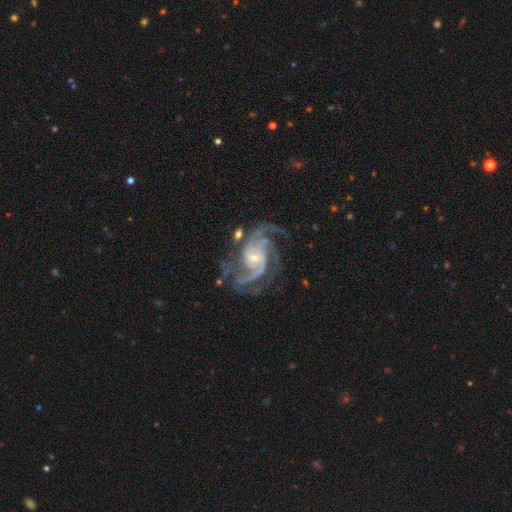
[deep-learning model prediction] Smooth or featured? Predicted: featured or disk (p=0.91). Edge-on disk? Predicted: no (p=0.98). Bar? Predicted: no (p=0.48). Spiral arms? Predicted: yes (p=0.98). Spiral winding? Predicted: medium (p=0.53). Spiral arm count? Predicted: 3 (p=0.33). Bulge size? Predicted: small (p=0.61). Merging? Predicted: none (p=0.70).